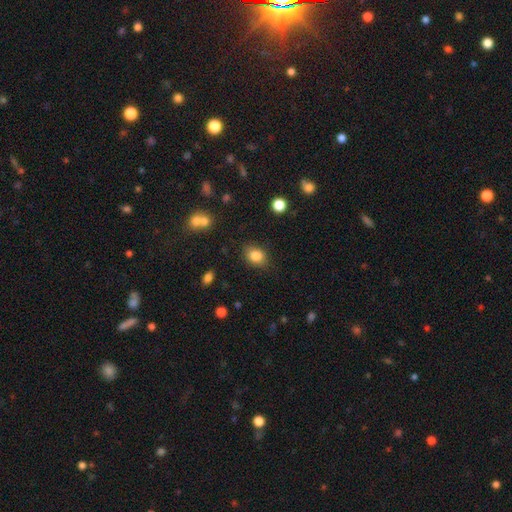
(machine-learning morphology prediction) This is clearly a smooth galaxy (84%). How rounded: possibly in between (58%). Merging: clearly none (81%).